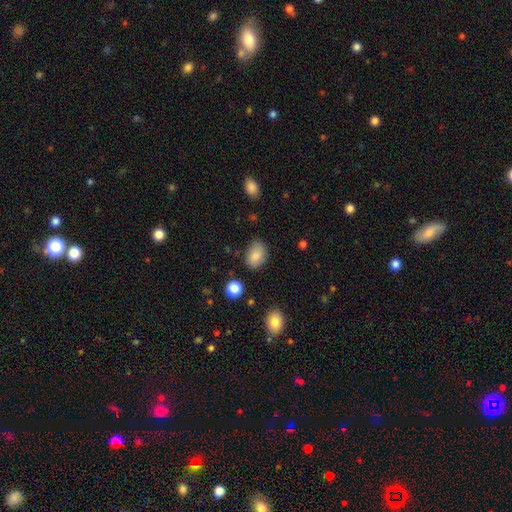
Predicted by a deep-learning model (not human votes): smooth 82%, featured or disk 9%, star or artifact 9%. Down the decision tree: how rounded — in between (78%); merging — none (74%).